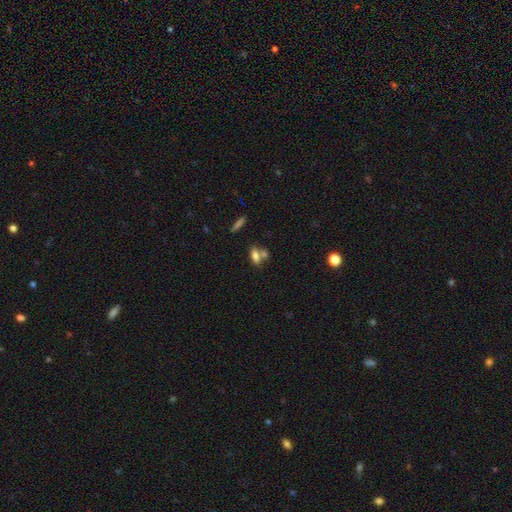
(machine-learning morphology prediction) smooth 71%, featured or disk 18%, star or artifact 11%. Down the decision tree: how rounded — in between (73%); merging — none (49%).